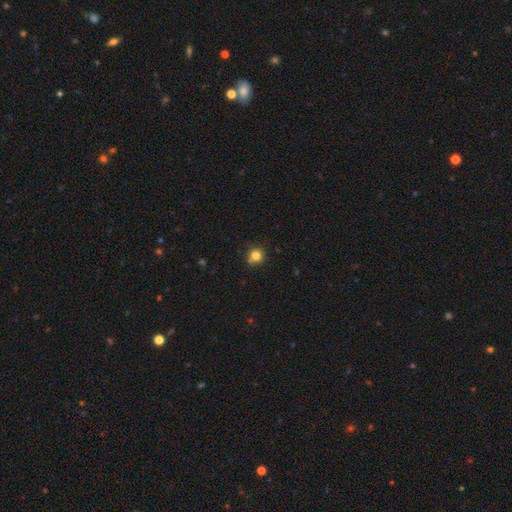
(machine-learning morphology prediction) This is clearly a smooth galaxy (81%). How rounded: clearly round (91%). Merging: likely none (79%).